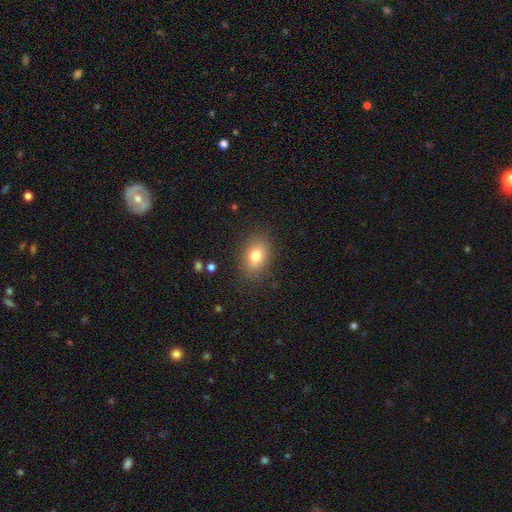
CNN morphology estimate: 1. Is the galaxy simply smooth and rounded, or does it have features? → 78% smooth, 12% featured or disk, 10% star or artifact.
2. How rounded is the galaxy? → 76% in between, 22% round, 2% cigar-shaped.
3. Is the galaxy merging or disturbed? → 85% none, 10% minor disturbance, 4% major disturbance, 1% merger.